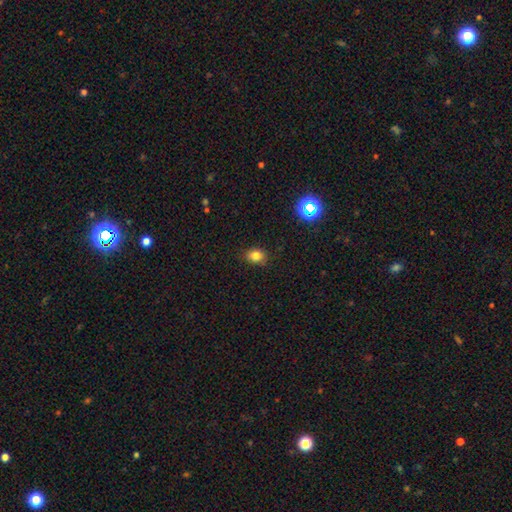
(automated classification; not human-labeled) Q: Smooth or featured?
A: smooth (80%); runner-up: star or artifact (14%)
Q: How rounded?
A: in between (55%); runner-up: round (44%)
Q: Merging?
A: none (85%); runner-up: minor disturbance (11%)